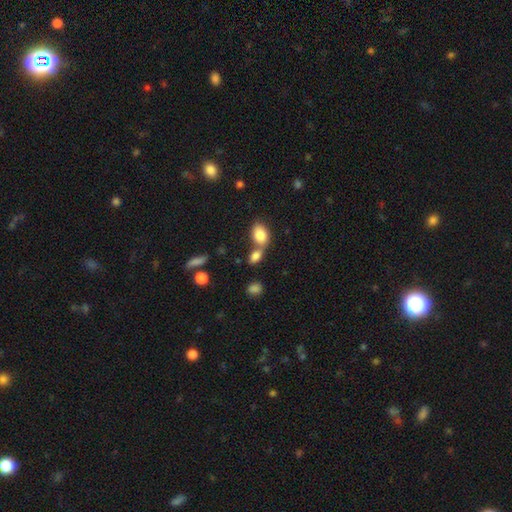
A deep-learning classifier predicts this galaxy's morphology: Overall: smooth (82%). How rounded: in between (81%). Merging: merger (46%; none 40%).